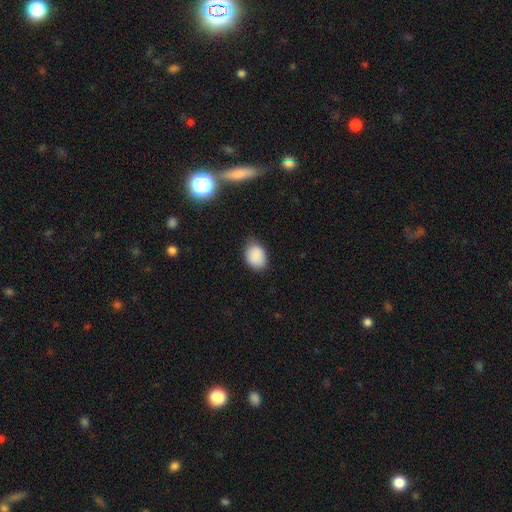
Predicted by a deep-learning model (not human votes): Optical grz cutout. It shows a smooth galaxy with no disk features (88%) that is in between round and cigar-shaped (71%). Merging: none (76%).